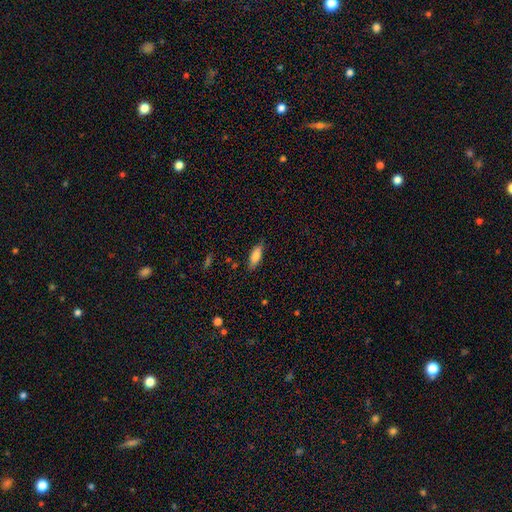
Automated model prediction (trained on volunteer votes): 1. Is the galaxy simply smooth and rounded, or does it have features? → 80% smooth, 13% featured or disk, 7% star or artifact.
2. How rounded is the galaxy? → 66% in between, 32% cigar-shaped, 2% round.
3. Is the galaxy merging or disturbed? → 82% none, 14% minor disturbance, 3% major disturbance, 2% merger.